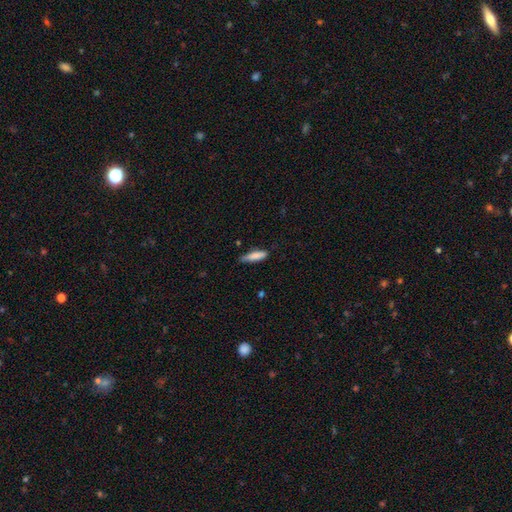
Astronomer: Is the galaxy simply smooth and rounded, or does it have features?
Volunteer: smooth — 85%.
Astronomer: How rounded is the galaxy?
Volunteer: cigar-shaped — 67%.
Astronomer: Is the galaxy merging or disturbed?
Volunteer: none — 79%.